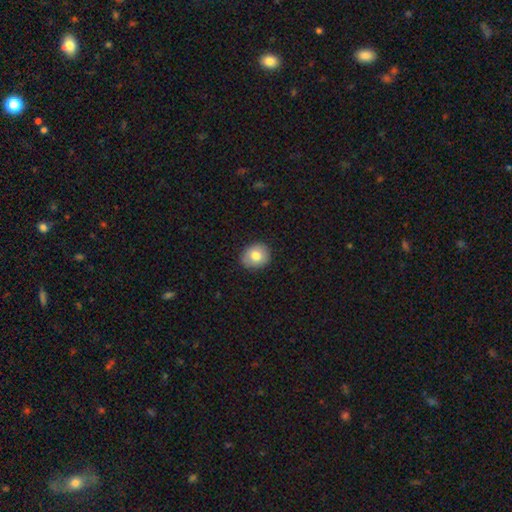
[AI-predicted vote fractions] The model was most divided on "how rounded": round: 69%, in between: 30%, cigar-shaped: 1%. More confident: merging — none (88%); smooth or featured — smooth (78%).